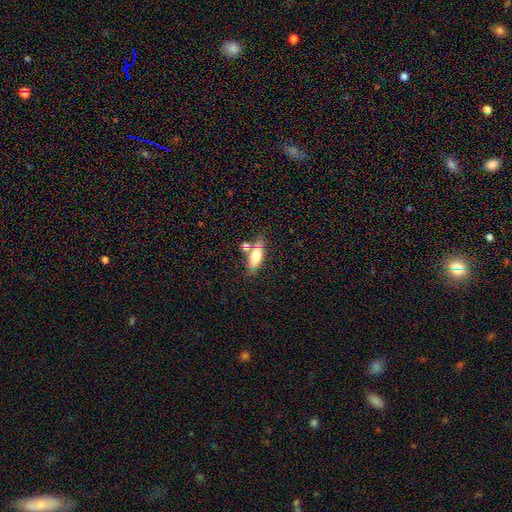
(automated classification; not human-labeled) smooth-or-featured: smooth: 69% | featured or disk: 23% | star or artifact: 8%
  how-rounded: in between: 75% | cigar-shaped: 21% | round: 4%
  merging: none: 58% | merger: 21% | minor disturbance: 16% | major disturbance: 5%